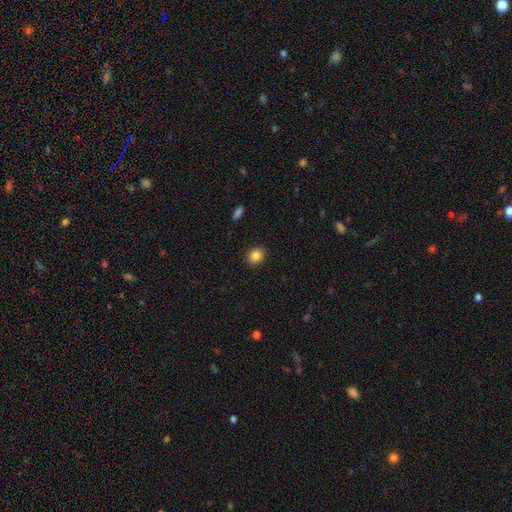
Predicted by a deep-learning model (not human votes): This is clearly a smooth galaxy (85%). How rounded: likely round (67%). Merging: clearly none (91%).